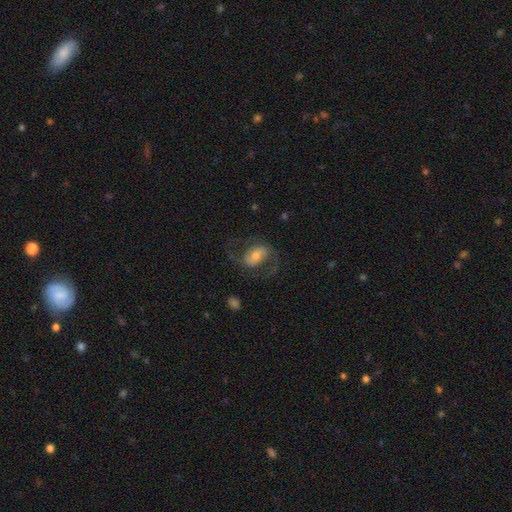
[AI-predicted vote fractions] A featured or disk galaxy (71%) with a weak bar (40%), 2 (89%) medium (48%) spiral arms (90%) and a moderate central bulge (50%). Merging: none (64%).